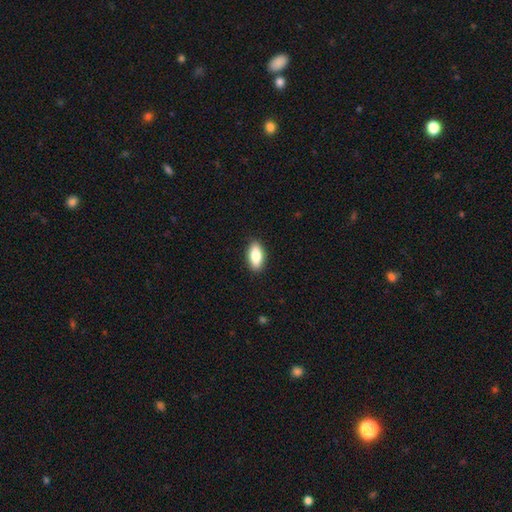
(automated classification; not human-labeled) smooth 80%, featured or disk 13%, star or artifact 7%. Down the decision tree: how rounded — in between (84%); merging — none (89%).